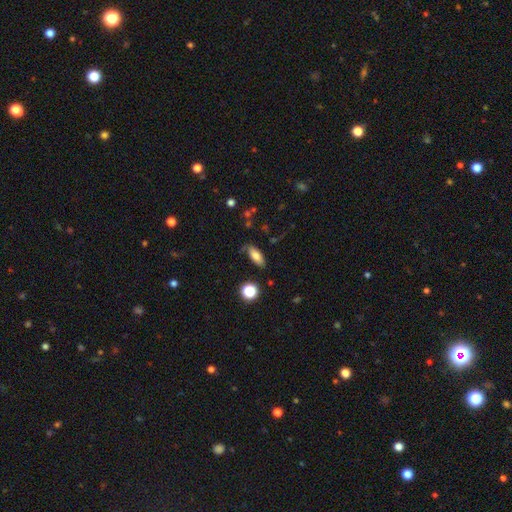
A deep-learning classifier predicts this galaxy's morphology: A smooth galaxy with no disk features (77%) that is in between round and cigar-shaped (80%). Merging: none (72%).